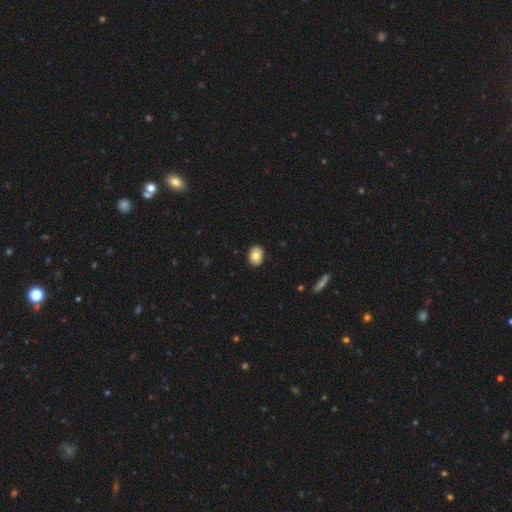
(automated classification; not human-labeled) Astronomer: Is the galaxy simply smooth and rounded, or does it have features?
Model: smooth — 76%.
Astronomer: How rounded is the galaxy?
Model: in between — 66%.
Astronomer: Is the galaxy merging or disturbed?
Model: none — 88%.